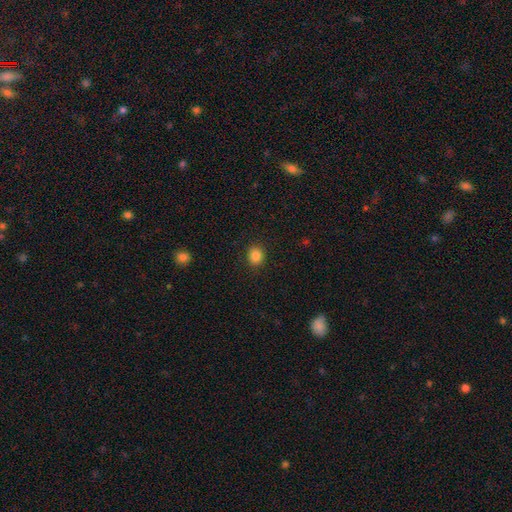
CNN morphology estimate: The model was most divided on "how rounded": round: 74%, in between: 25%, cigar-shaped: 1%. More confident: merging — none (90%); smooth or featured — smooth (85%).